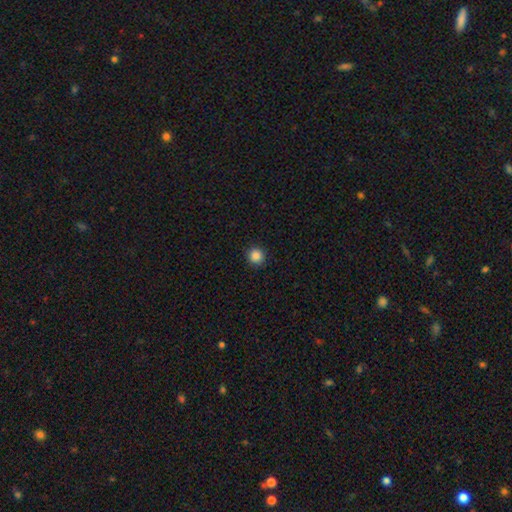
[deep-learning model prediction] The model was most divided on "smooth or featured": smooth: 86%, star or artifact: 11%, featured or disk: 3%. More confident: how rounded — round (94%); merging — none (92%).